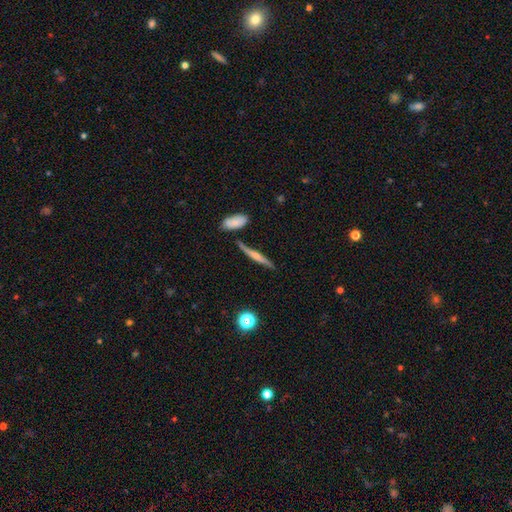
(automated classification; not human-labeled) featured or disk 57%, smooth 35%, star or artifact 7%. Down the decision tree: edge-on disk — yes (90%); edge-on bulge — rounded (66%); merging — none (76%).